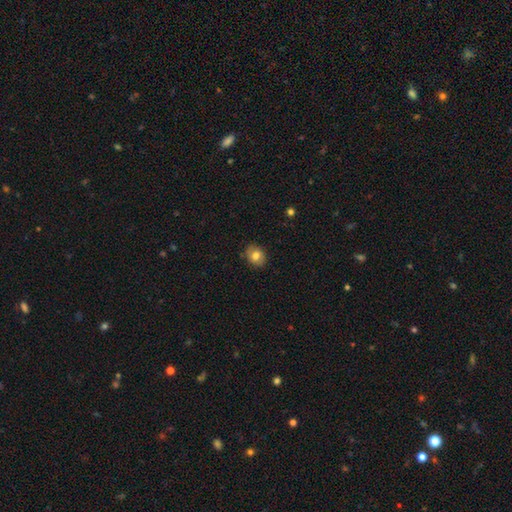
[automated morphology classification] A smooth galaxy with no disk features (75%) that is round (52%).

Vote fractions:
- Smooth or featured? smooth: 75% / featured or disk: 16% / star or artifact: 9%
- How rounded? round: 52% / in between: 47% / cigar-shaped: 1%
- Merging? none: 84% / minor disturbance: 13% / major disturbance: 2% / merger: 1%